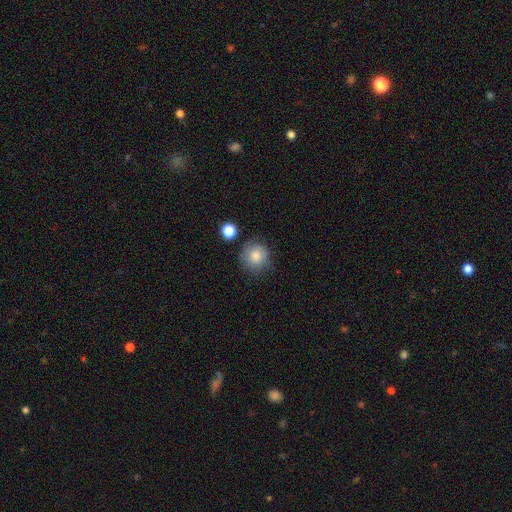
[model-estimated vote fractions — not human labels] Morphology: type=smooth (79%); roundness=round (92%); merging=none (75%).